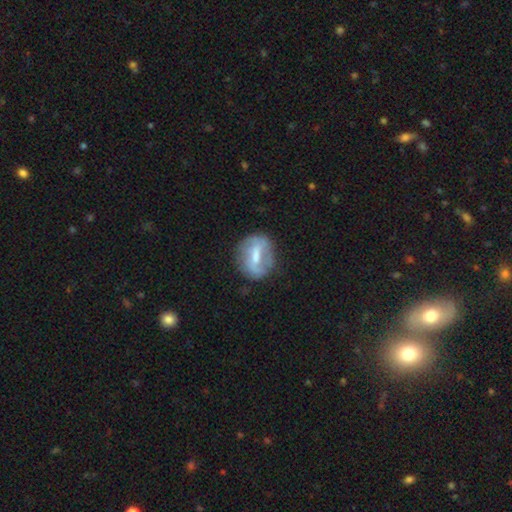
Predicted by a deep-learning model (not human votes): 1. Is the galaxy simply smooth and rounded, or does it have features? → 58% featured or disk, 35% smooth, 7% star or artifact.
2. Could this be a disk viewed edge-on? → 95% no, 5% yes.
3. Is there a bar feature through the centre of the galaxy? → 42% strong, 41% weak, 17% no.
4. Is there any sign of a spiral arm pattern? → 53% yes, 47% no.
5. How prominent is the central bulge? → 48% moderate, 27% small, 14% none, 10% large, 1% dominant.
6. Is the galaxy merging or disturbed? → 66% none, 21% minor disturbance, 10% major disturbance, 2% merger.